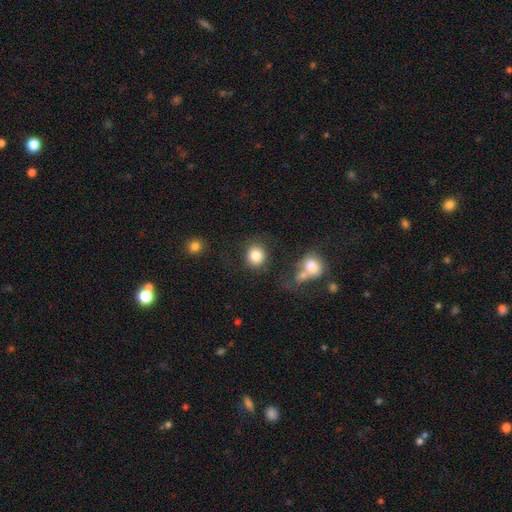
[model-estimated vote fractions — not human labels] A smooth galaxy with no disk features (84%) that is round (86%). Merging: none (77%).